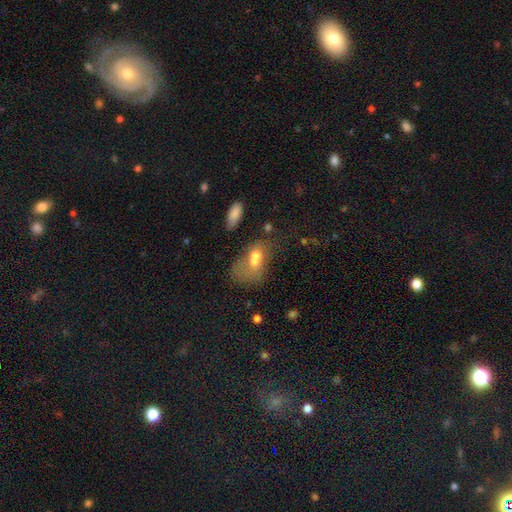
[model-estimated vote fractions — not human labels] This appears to be a smooth galaxy with no disk features (60%) that is in between round and cigar-shaped (78%). Merging: merger (47%).